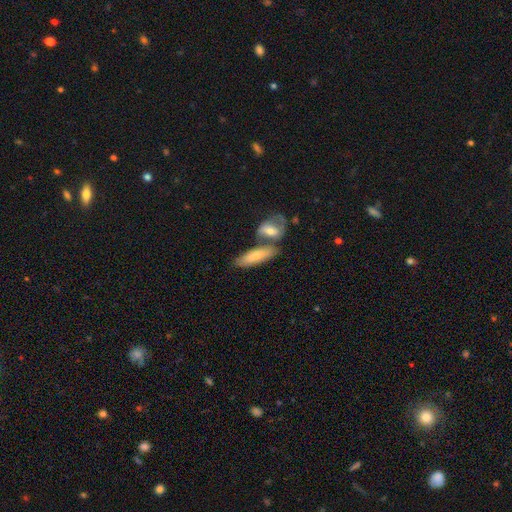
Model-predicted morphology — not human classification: Q: Smooth or featured?
A: smooth (71%); runner-up: featured or disk (24%)
Q: How rounded?
A: in between (50%); runner-up: cigar-shaped (47%)
Q: Merging?
A: none (44%); runner-up: merger (40%)